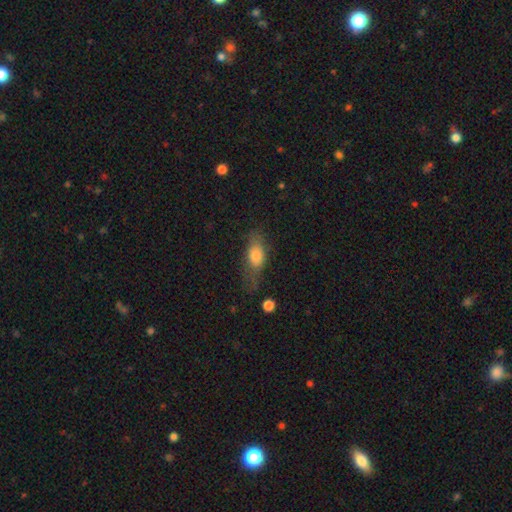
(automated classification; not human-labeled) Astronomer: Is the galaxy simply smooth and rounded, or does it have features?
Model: smooth — 72%.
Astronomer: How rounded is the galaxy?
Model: in between — 72%.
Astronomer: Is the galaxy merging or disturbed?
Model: none — 54%.